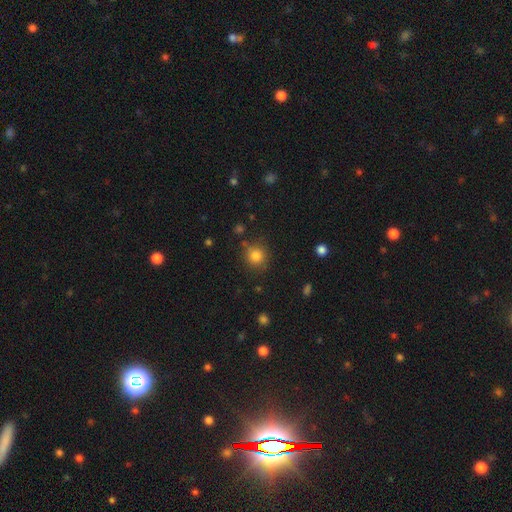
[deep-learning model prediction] Q: Smooth or featured?
A: smooth (83%); runner-up: star or artifact (12%)
Q: How rounded?
A: round (91%); runner-up: in between (8%)
Q: Merging?
A: none (82%); runner-up: minor disturbance (11%)